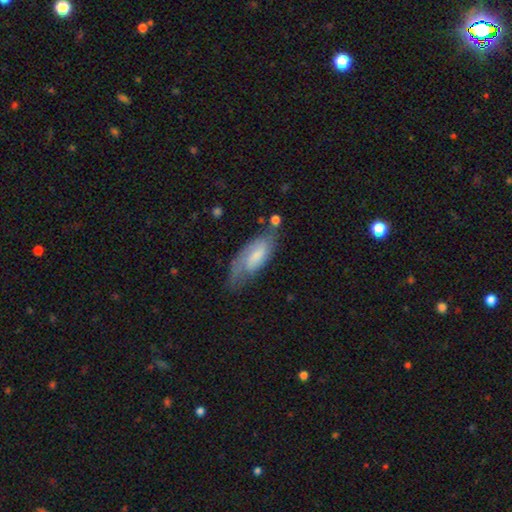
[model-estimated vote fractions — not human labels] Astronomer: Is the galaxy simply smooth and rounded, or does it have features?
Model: featured or disk — 57% (runner-up: smooth, 36%).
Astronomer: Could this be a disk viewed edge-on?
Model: no — 89%.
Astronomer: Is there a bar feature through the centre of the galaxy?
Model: weak — 48% (runner-up: no, 37%).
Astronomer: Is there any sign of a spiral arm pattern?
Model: yes — 86%.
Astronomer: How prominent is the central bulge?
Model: small — 45% (runner-up: moderate, 30%).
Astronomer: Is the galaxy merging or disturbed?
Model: none — 55%.